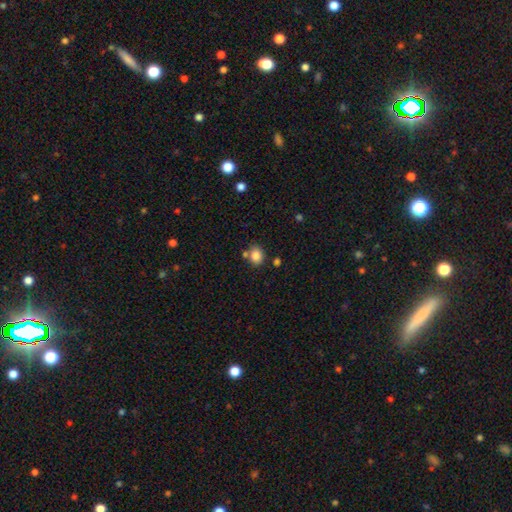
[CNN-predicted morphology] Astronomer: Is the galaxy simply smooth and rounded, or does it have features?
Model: smooth — 83%.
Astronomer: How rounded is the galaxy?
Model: round — 60% (runner-up: in between, 39%).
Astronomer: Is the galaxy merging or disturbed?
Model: none — 68%.